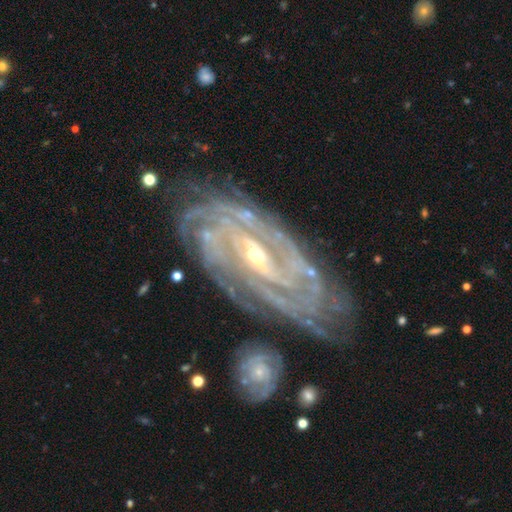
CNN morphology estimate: smooth_or_featured: featured or disk (p=0.91) [alt: star or artifact p=0.05]
disk_edge_on: no (p=0.94) [alt: yes p=0.06]
bar: strong (p=0.43) [alt: weak p=0.38]
has_spiral_arms: yes (p=0.98) [alt: no p=0.02]
spiral_winding: tight (p=0.80) [alt: medium p=0.17]
spiral_arm_count: 4 (p=0.25) [alt: can't tell p=0.22]
bulge_size: small (p=0.59) [alt: moderate p=0.38]
merging: none (p=0.75) [alt: minor disturbance p=0.15]